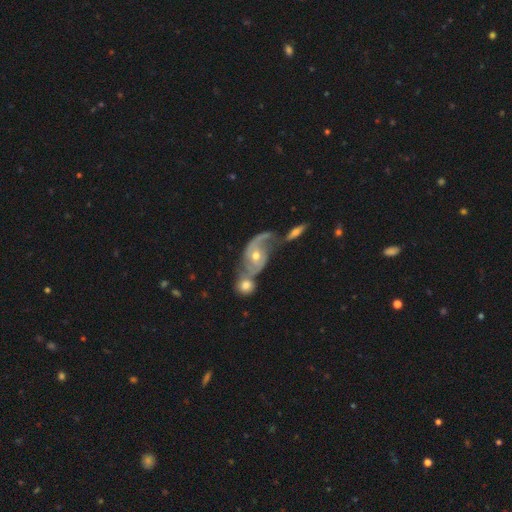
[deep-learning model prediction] The model was most divided on "bulge size": moderate: 51%, small: 45%, large: 2%, none: 1%, dominant: 1%. Remaining: edge-on disk — no (96%); spiral arms — yes (93%); smooth or featured — featured or disk (82%); spiral arm count — 2 (71%); bar — no (66%); merging — merger (48%); spiral winding — medium (43%).